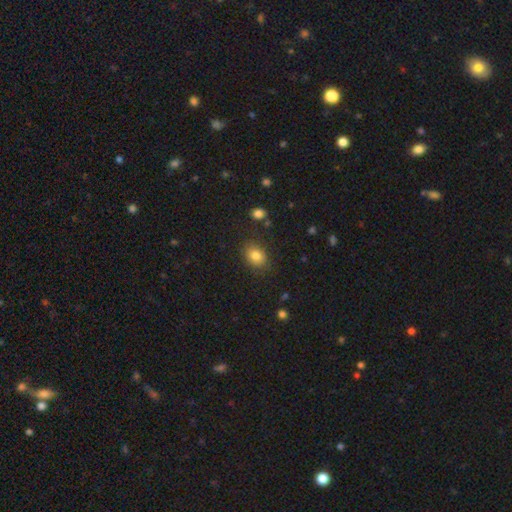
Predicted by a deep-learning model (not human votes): smooth-or-featured: smooth: 82% | star or artifact: 10% | featured or disk: 8%
  how-rounded: in between: 61% | round: 38% | cigar-shaped: 1%
  merging: none: 83% | minor disturbance: 12% | major disturbance: 3% | merger: 2%